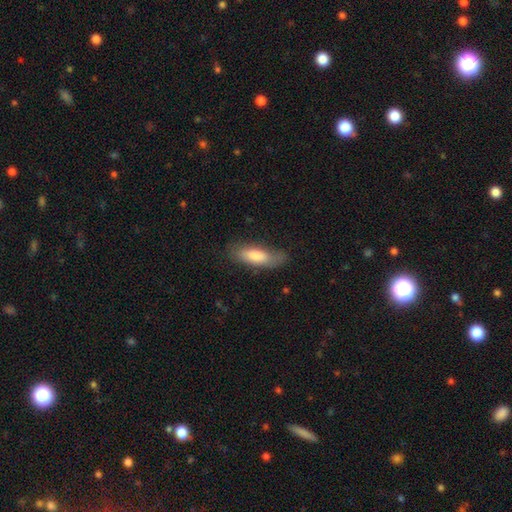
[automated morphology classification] A smooth galaxy with no disk features (73%) that is in between round and cigar-shaped (54%). Merging: none (72%).